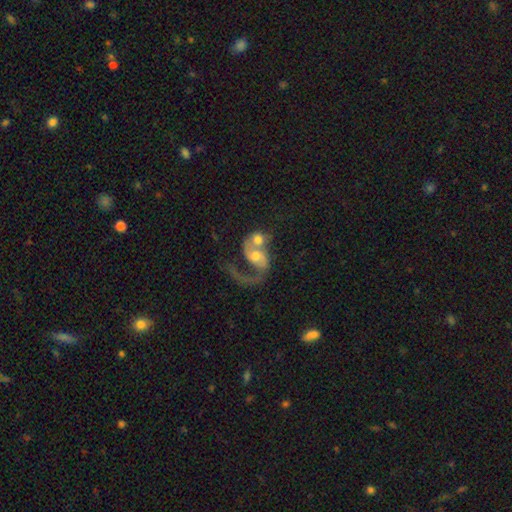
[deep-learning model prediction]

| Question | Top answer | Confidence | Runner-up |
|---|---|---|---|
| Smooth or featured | featured or disk | 69% | smooth (24%) |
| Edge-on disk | no | 97% | yes (3%) |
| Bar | no | 62% | weak (29%) |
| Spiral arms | yes | 81% | no (19%) |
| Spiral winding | loose | 68% | medium (26%) |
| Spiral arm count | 1 | 54% | 2 (38%) |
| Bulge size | moderate | 55% | small (21%) |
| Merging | merger | 67% | major disturbance (15%) |